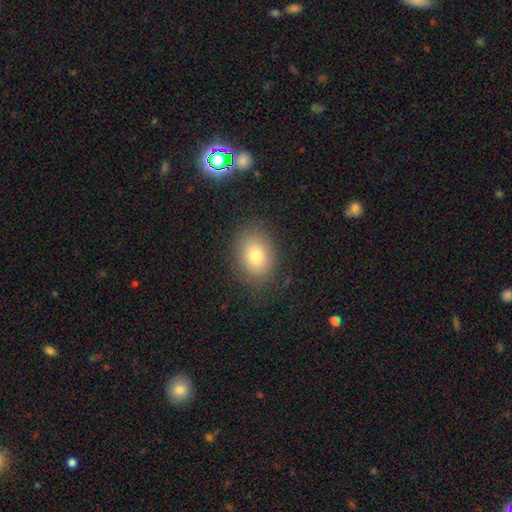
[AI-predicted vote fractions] Smooth or featured? smooth (77%)
How rounded? in between (66%)
Merging? none (82%)